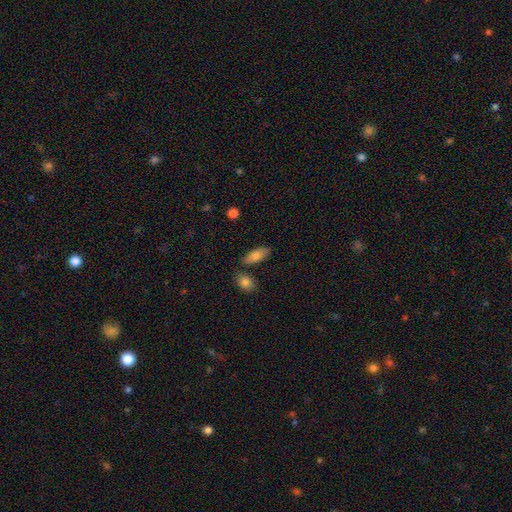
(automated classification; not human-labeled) A smooth galaxy with no disk features (81%) that is in between round and cigar-shaped (86%). Merging: none (76%).